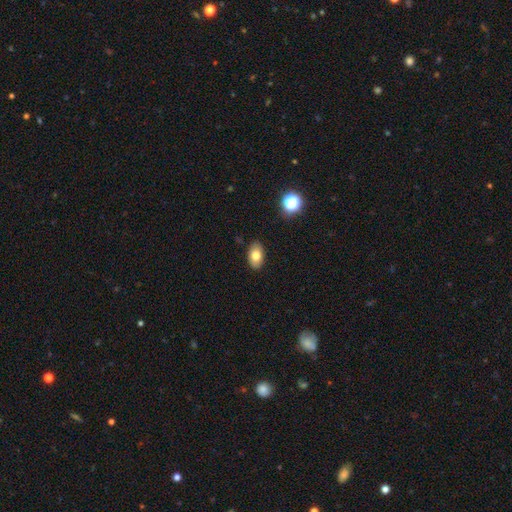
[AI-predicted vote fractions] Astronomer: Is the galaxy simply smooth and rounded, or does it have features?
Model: smooth — 78%.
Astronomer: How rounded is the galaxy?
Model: in between — 90%.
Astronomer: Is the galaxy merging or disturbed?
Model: none — 87%.